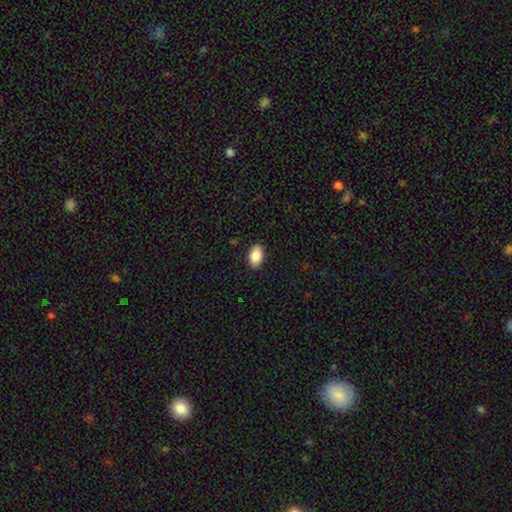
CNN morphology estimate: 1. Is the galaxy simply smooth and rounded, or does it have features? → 89% smooth, 7% star or artifact, 4% featured or disk.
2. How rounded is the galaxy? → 92% in between, 6% round, 1% cigar-shaped.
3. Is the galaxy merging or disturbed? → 89% none, 8% minor disturbance, 2% major disturbance, 1% merger.